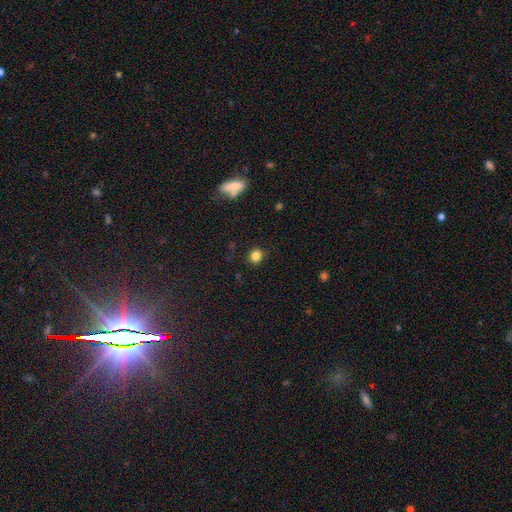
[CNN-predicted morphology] Overall: smooth (83%). How rounded: round (87%). Merging: none (88%).